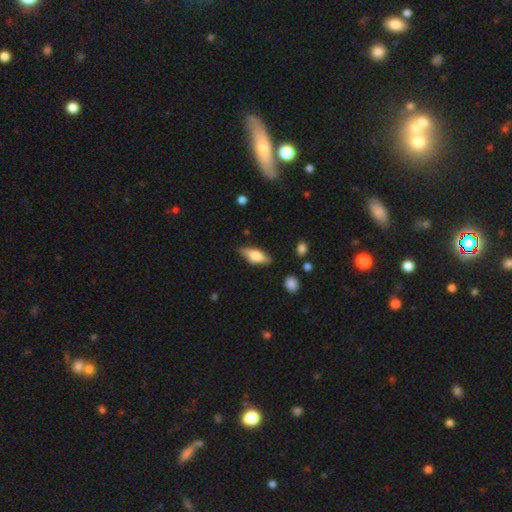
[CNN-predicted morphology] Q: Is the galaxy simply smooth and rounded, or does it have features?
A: featured or disk — 47%.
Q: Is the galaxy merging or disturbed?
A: none — 82%.